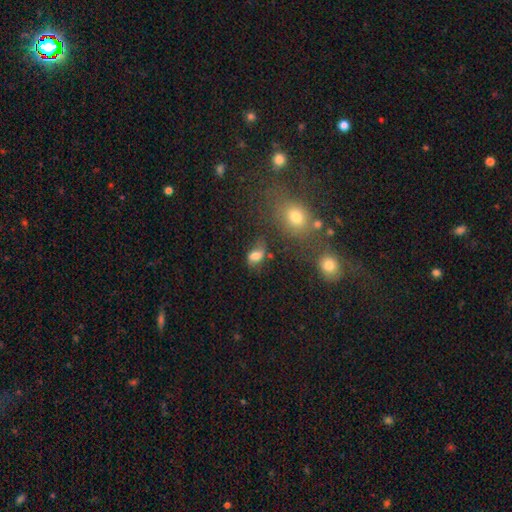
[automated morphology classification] Q: Smooth or featured?
A: smooth (72%); runner-up: featured or disk (15%)
Q: How rounded?
A: in between (80%); runner-up: round (17%)
Q: Merging?
A: none (48%); runner-up: minor disturbance (26%)